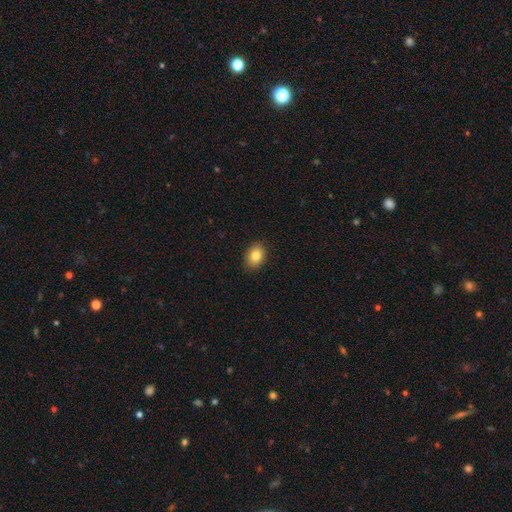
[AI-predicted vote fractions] smooth-or-featured: smooth: 84% | star or artifact: 9% | featured or disk: 7%
  how-rounded: in between: 65% | round: 34% | cigar-shaped: 1%
  merging: none: 89% | minor disturbance: 8% | major disturbance: 2% | merger: 1%